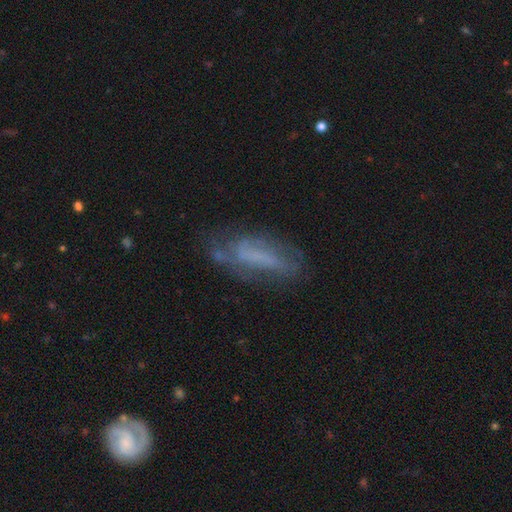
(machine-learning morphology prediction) Smooth or featured? Predicted: featured or disk (p=0.50). Edge-on disk? Predicted: no (p=0.79). Merging? Predicted: none (p=0.53).